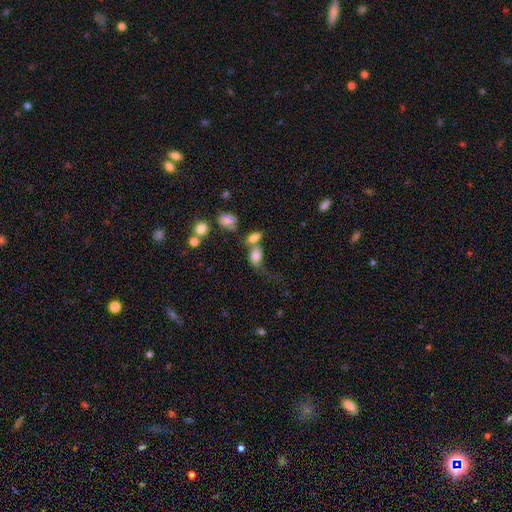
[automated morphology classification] smooth-or-featured: smooth: 74% | featured or disk: 14% | star or artifact: 12%
  how-rounded: in between: 73% | round: 24% | cigar-shaped: 3%
  merging: merger: 42% | none: 25% | major disturbance: 18% | minor disturbance: 15%